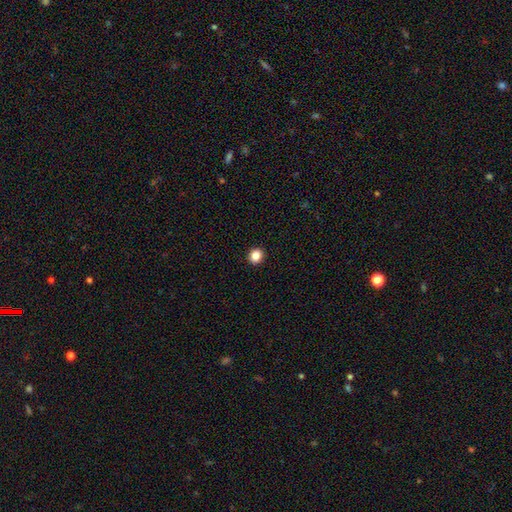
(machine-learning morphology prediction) type=smooth (84%); roundness=round (84%); merging=none (93%).